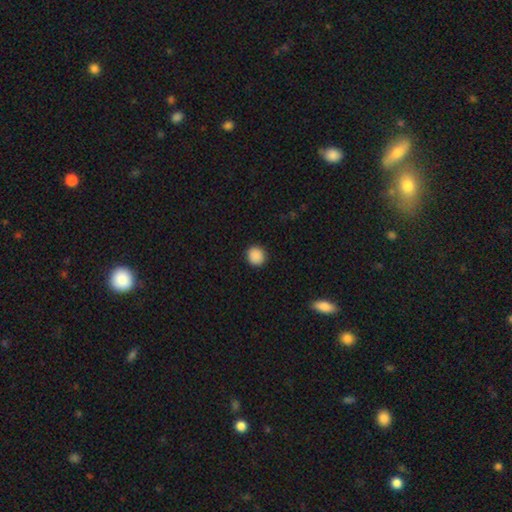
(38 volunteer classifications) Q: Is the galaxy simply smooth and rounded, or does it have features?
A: smooth — 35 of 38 (92%).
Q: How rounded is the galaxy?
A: round — 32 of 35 (91%).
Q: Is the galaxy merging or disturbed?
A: none — 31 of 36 (86%).